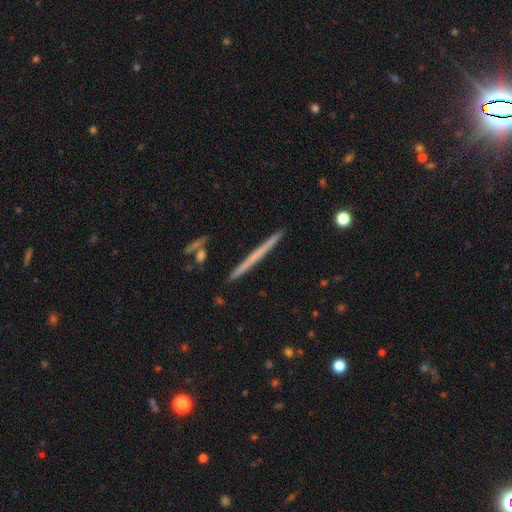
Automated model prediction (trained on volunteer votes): Smooth or featured? featured or disk (51%)
Edge-on disk? yes (98%)
Merging? none (92%)